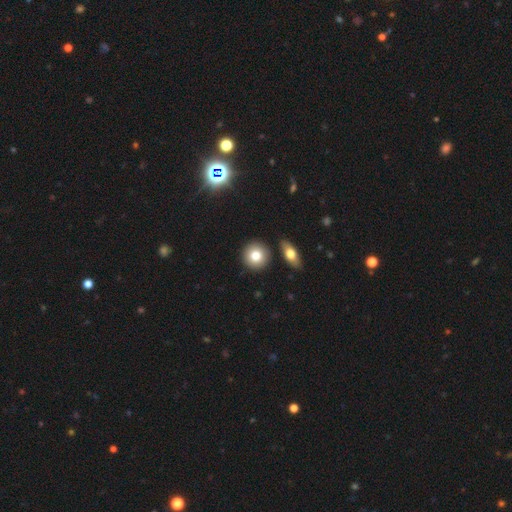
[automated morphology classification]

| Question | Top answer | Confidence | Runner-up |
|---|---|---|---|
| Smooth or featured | smooth | 79% | featured or disk (13%) |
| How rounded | round | 89% | in between (10%) |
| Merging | none | 85% | minor disturbance (7%) |